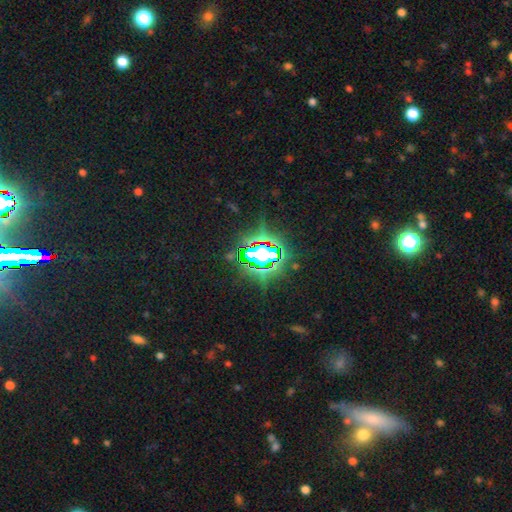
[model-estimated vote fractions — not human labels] star or artifact 82%, smooth 11%, featured or disk 7%.